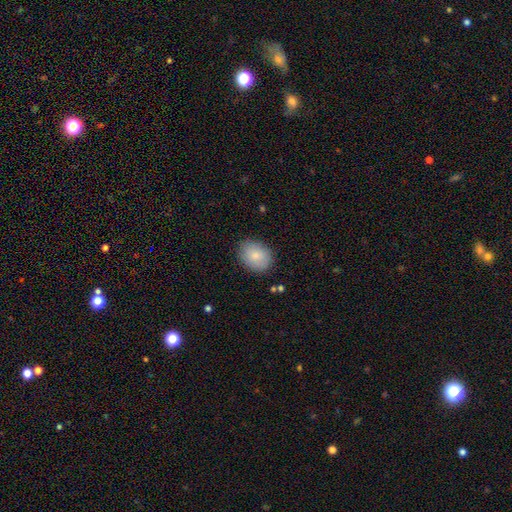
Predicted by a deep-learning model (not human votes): The model was most divided on "how rounded": in between: 57%, round: 42%, cigar-shaped: 1%. More confident: smooth or featured — smooth (84%); merging — none (84%).